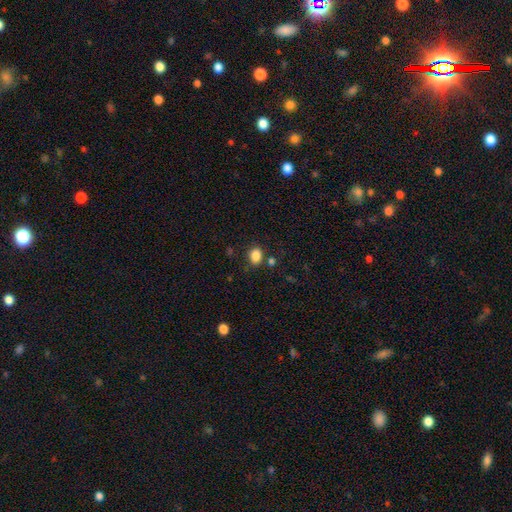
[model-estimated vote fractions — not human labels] Overall: smooth (85%). How rounded: in between (64%; round 35%). Merging: none (79%).